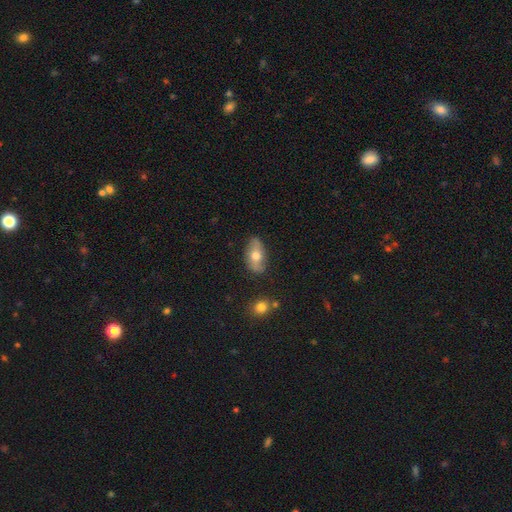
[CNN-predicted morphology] Q: Smooth or featured?
A: smooth (54%); runner-up: featured or disk (38%)
Q: How rounded?
A: in between (88%); runner-up: round (7%)
Q: Merging?
A: none (75%); runner-up: minor disturbance (19%)